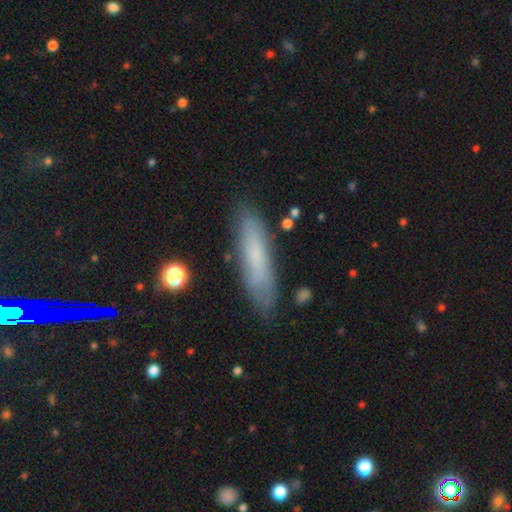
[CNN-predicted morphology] smooth 66%, featured or disk 26%, star or artifact 8%. Down the decision tree: how rounded — cigar-shaped (74%); merging — none (82%).